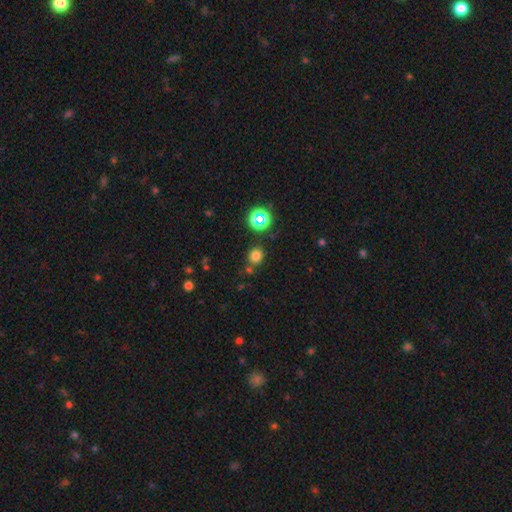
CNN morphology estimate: The model was most divided on "smooth or featured": smooth: 74%, star or artifact: 20%, featured or disk: 6%. More confident: how rounded — round (80%); merging — none (76%).